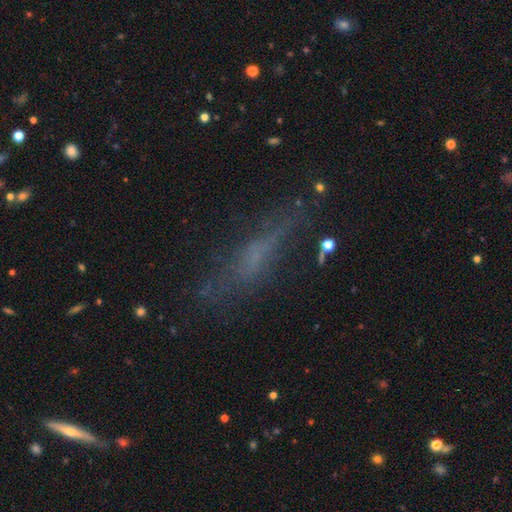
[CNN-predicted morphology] The model was most divided on "smooth or featured": smooth: 41%, featured or disk: 38%, star or artifact: 21%. More confident: merging — none (60%).